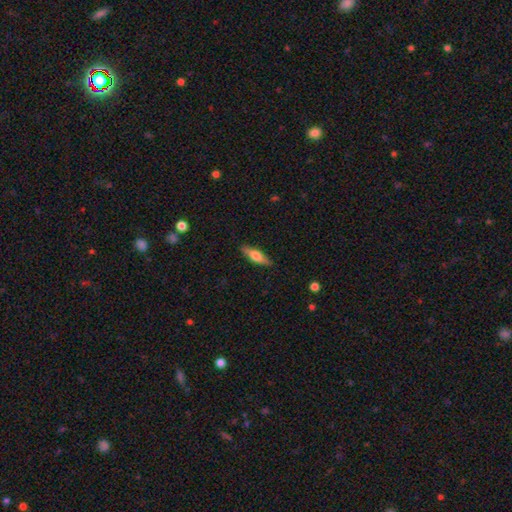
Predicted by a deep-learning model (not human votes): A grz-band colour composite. It shows a smooth galaxy with no disk features (61%) that is cigar-shaped (63%). Merging: none (87%).